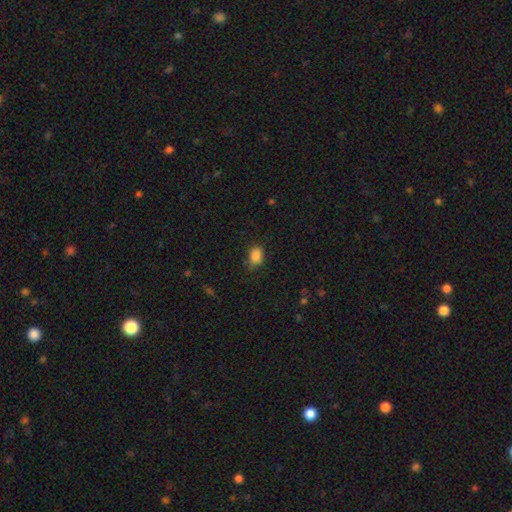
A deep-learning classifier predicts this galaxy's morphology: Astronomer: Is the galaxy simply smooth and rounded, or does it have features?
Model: smooth — 86%.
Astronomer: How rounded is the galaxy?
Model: in between — 75%.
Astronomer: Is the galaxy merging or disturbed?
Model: none — 69%.